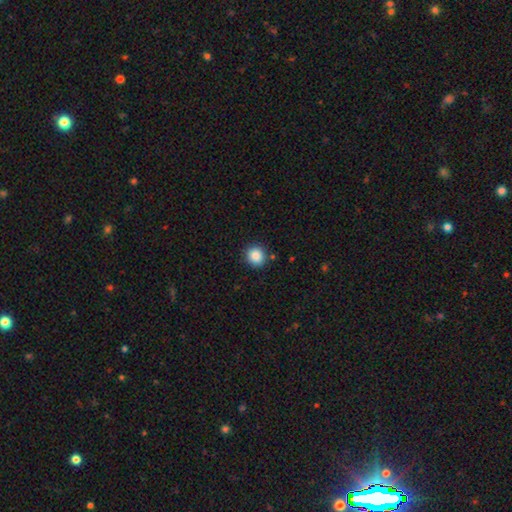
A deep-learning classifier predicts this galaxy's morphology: This is clearly a smooth galaxy (87%). How rounded: clearly round (87%). Merging: clearly none (88%).